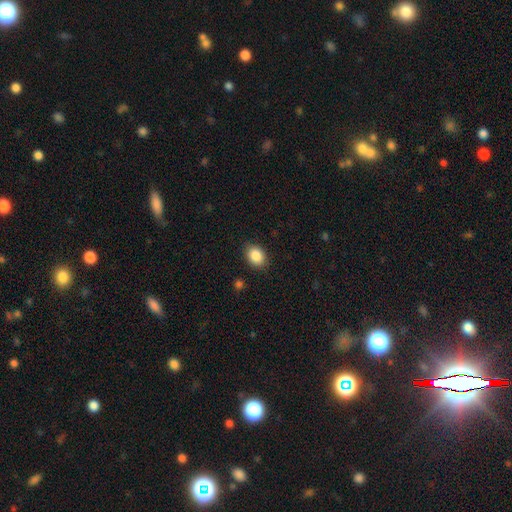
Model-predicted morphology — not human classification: Q: Smooth or featured?
A: smooth (88%); runner-up: star or artifact (8%)
Q: How rounded?
A: in between (70%); runner-up: round (29%)
Q: Merging?
A: none (87%); runner-up: minor disturbance (10%)